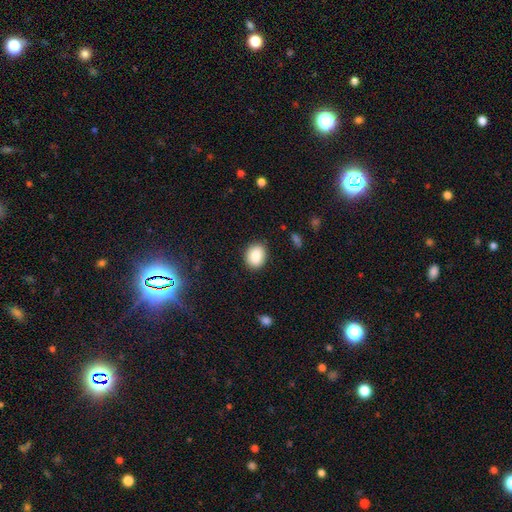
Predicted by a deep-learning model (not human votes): A smooth galaxy with no disk features (85%) that is round (52%). Merging: none (88%).